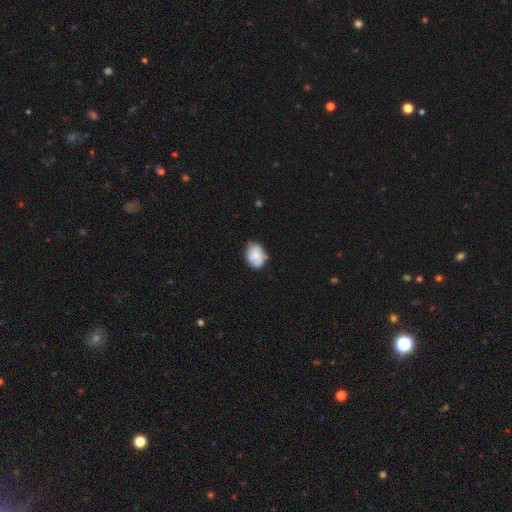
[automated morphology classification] The model was most divided on "how rounded": in between: 66%, round: 33%, cigar-shaped: 1%. More confident: merging — none (66%); smooth or featured — smooth (65%).